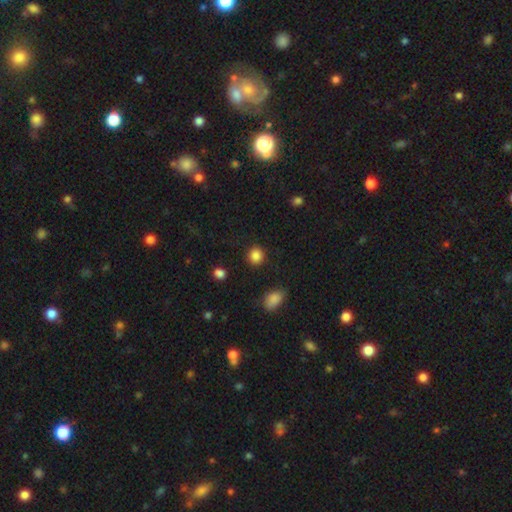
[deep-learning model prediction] smooth 87%, star or artifact 10%, featured or disk 3%. Down the decision tree: how rounded — round (84%); merging — none (89%).